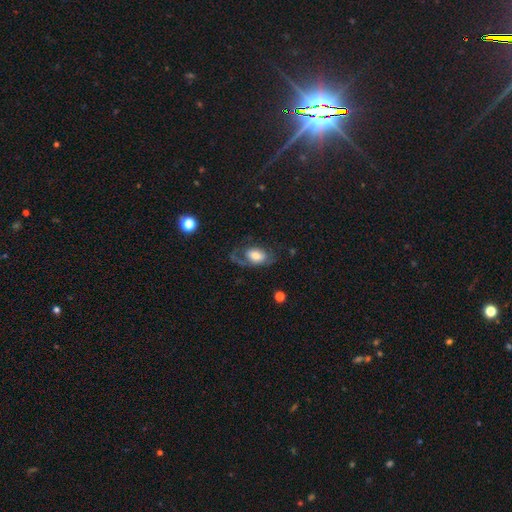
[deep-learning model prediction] smooth 51%, featured or disk 41%, star or artifact 8%. Down the decision tree: how rounded — in between (87%); merging — none (41%).